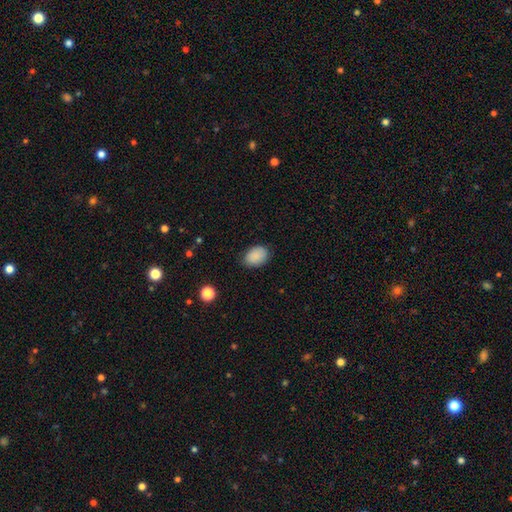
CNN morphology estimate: smooth_or_featured: smooth (p=0.89) [alt: star or artifact p=0.08]
how_rounded: in between (p=0.77) [alt: round p=0.22]
merging: none (p=0.81) [alt: minor disturbance p=0.15]